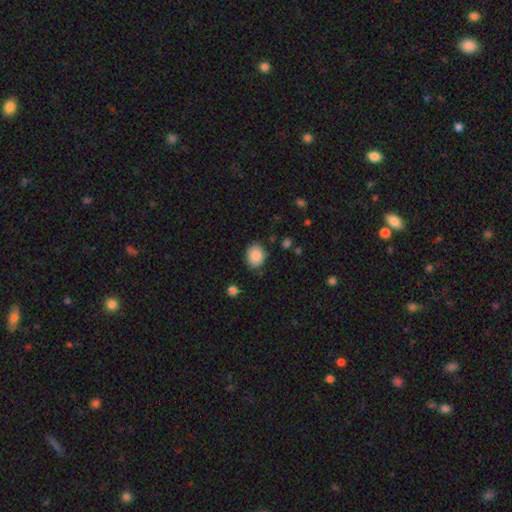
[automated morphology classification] This is clearly a smooth galaxy (88%). How rounded: possibly round (51%). Merging: clearly none (84%).